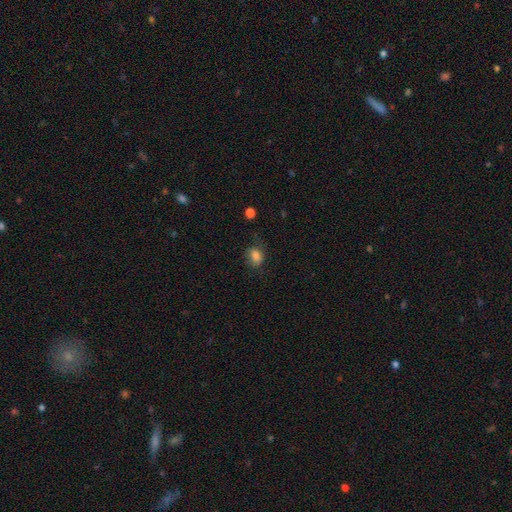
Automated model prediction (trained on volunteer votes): This is clearly a smooth galaxy (82%). How rounded: likely in between (66%). Merging: likely none (62%).